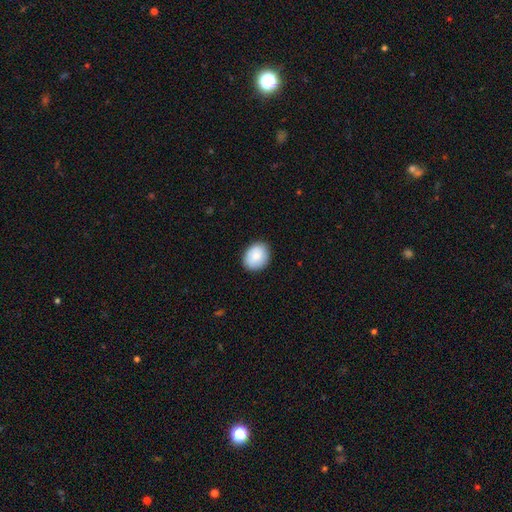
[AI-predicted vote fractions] This appears to be a smooth galaxy with no disk features (84%) that is in between round and cigar-shaped (51%). Merging: none (86%).